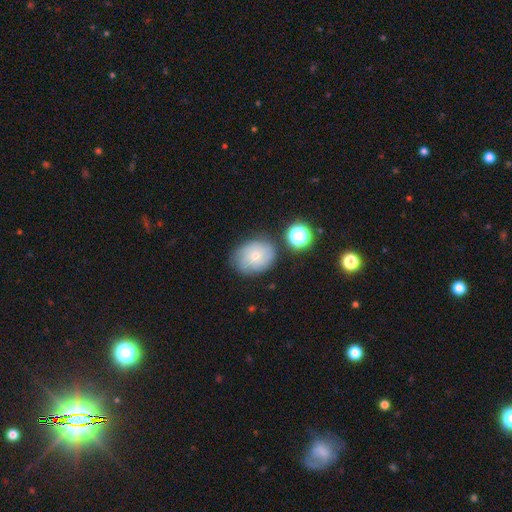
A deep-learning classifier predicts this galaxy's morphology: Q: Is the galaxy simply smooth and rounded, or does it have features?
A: smooth — 44%, tied with featured or disk.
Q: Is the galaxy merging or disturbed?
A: none — 67%.